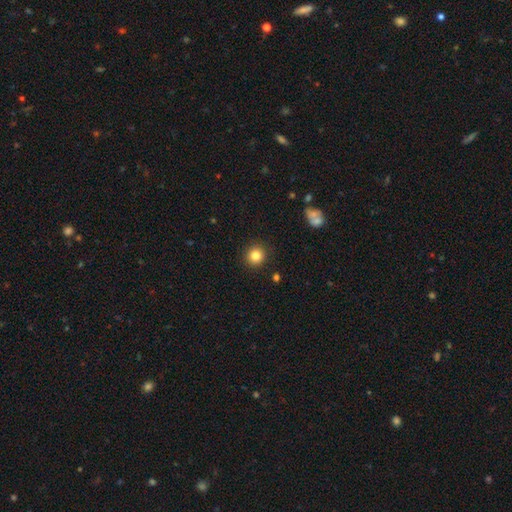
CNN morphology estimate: smooth_or_featured: smooth (p=0.83) [alt: star or artifact p=0.11]
how_rounded: round (p=0.93) [alt: in between p=0.06]
merging: none (p=0.91) [alt: minor disturbance p=0.06]